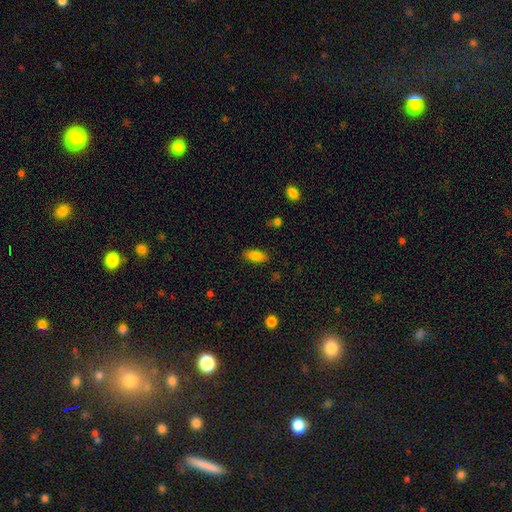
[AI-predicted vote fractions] Smooth or featured?
  - smooth: 85% *
  - star or artifact: 8%
  - featured or disk: 7%
How rounded?
  - in between: 86% *
  - cigar-shaped: 10%
  - round: 3%
Merging?
  - none: 86% *
  - minor disturbance: 10%
  - major disturbance: 3%
  - merger: 1%